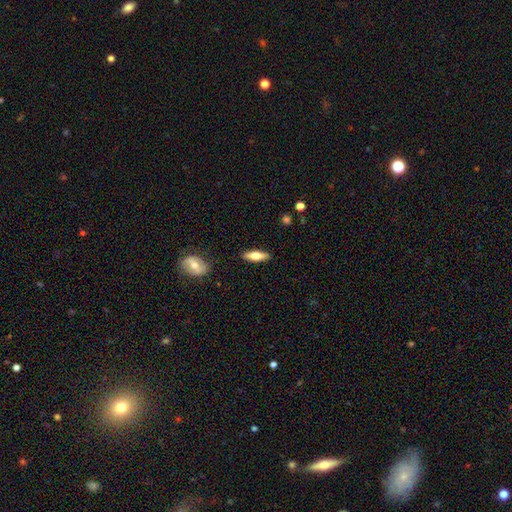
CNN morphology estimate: Smooth or featured? Predicted: smooth (p=0.55). How rounded? Predicted: cigar-shaped (p=0.51). Merging? Predicted: none (p=0.88).